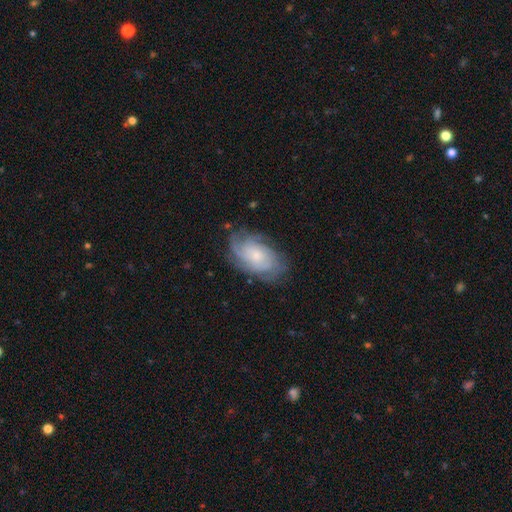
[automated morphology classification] Smooth or featured? Predicted: featured or disk (p=0.75). Edge-on disk? Predicted: no (p=0.96). Bar? Predicted: no (p=0.76). Spiral arms? Predicted: yes (p=0.94). Spiral winding? Predicted: tight (p=0.60). Spiral arm count? Predicted: can't tell (p=0.39). Bulge size? Predicted: small (p=0.61). Merging? Predicted: none (p=0.71).